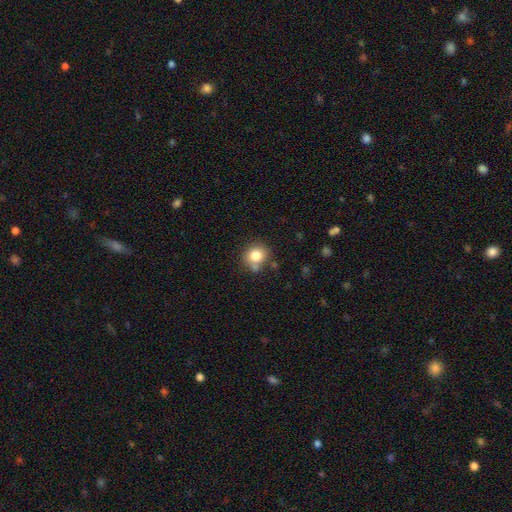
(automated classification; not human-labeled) Q: Smooth or featured?
A: smooth (81%); runner-up: star or artifact (11%)
Q: How rounded?
A: round (82%); runner-up: in between (17%)
Q: Merging?
A: none (67%); runner-up: minor disturbance (16%)